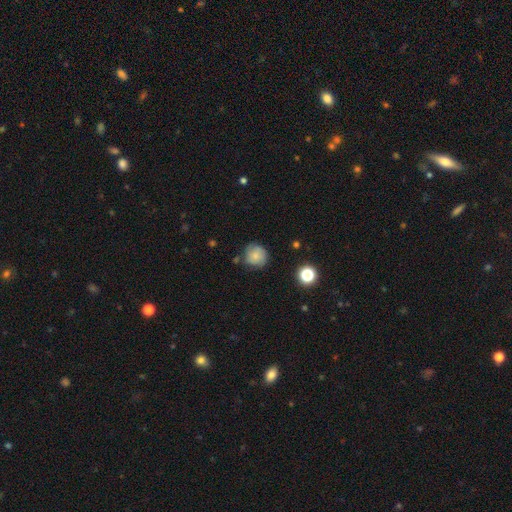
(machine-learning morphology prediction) Smooth or featured? smooth (69%)
How rounded? round (89%)
Merging? none (71%)